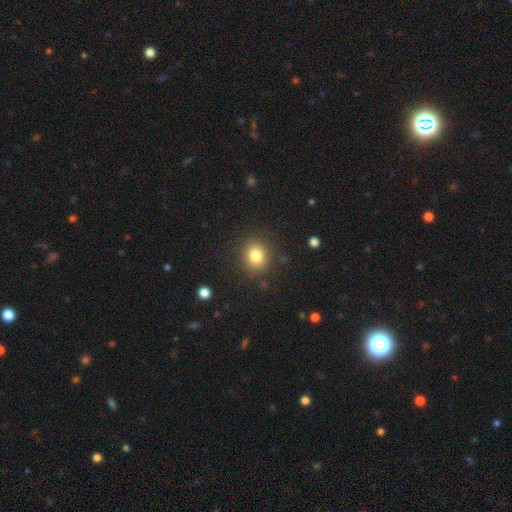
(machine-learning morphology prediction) A smooth galaxy with no disk features (81%) that is round (75%).

Vote fractions:
- Smooth or featured? smooth: 81% / star or artifact: 11% / featured or disk: 8%
- How rounded? round: 75% / in between: 24% / cigar-shaped: 1%
- Merging? none: 87% / minor disturbance: 9% / major disturbance: 3% / merger: 1%